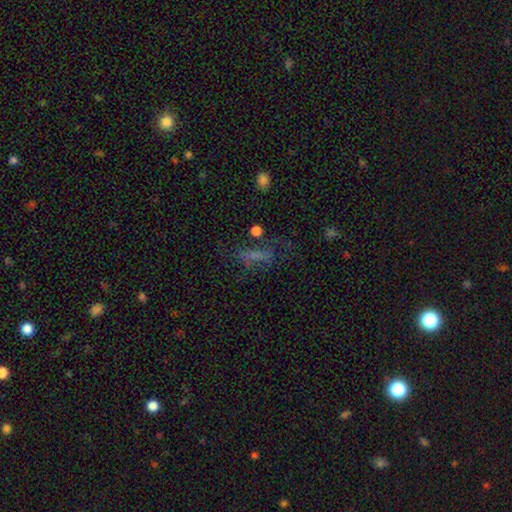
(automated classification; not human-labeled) smooth-or-featured: smooth: 47% | featured or disk: 27% | star or artifact: 26%
  merging: none: 52% | major disturbance: 22% | minor disturbance: 21% | merger: 5%